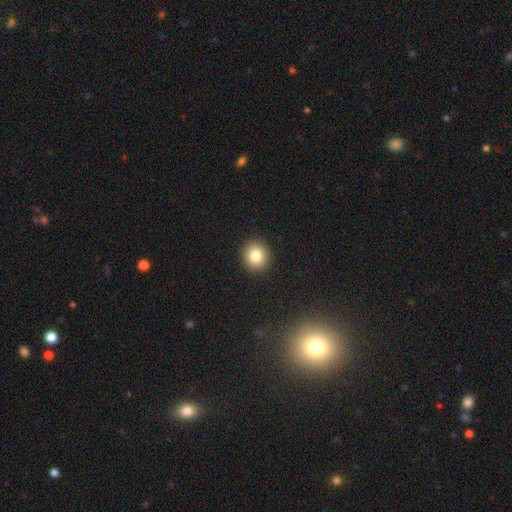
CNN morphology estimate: Smooth or featured? smooth (82%)
How rounded? round (87%)
Merging? none (92%)